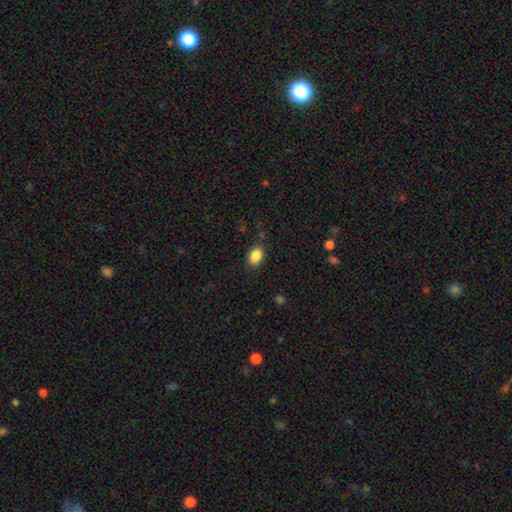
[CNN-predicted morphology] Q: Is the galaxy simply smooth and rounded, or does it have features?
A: smooth — 87%.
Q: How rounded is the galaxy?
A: in between — 78%.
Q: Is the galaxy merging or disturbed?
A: none — 84%.